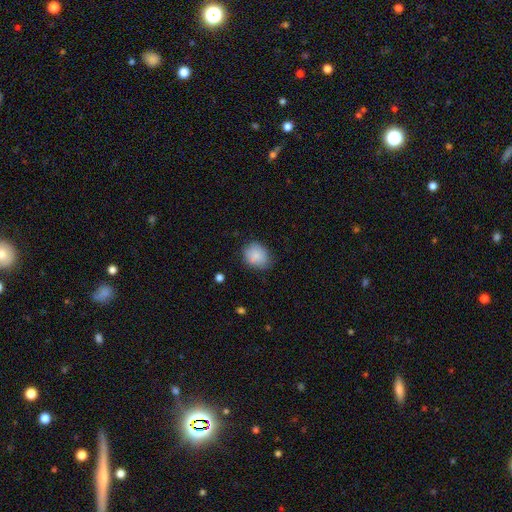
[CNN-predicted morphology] This appears to be a smooth galaxy with no disk features (85%) that is round (60%). Merging: none (73%).